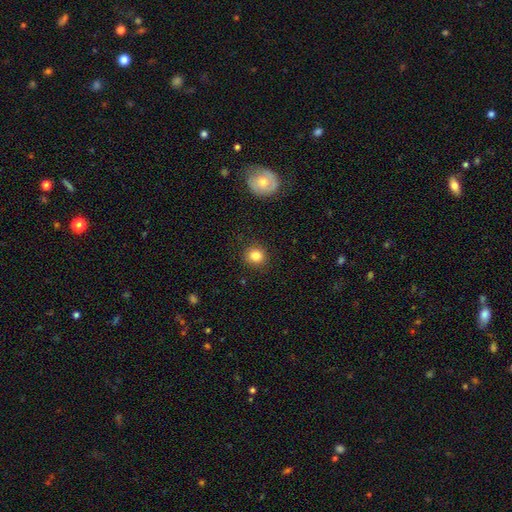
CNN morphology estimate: Smooth or featured?
  - smooth: 83% *
  - star or artifact: 10%
  - featured or disk: 6%
How rounded?
  - round: 85% *
  - in between: 14%
  - cigar-shaped: 1%
Merging?
  - none: 89% *
  - minor disturbance: 8%
  - major disturbance: 2%
  - merger: 1%